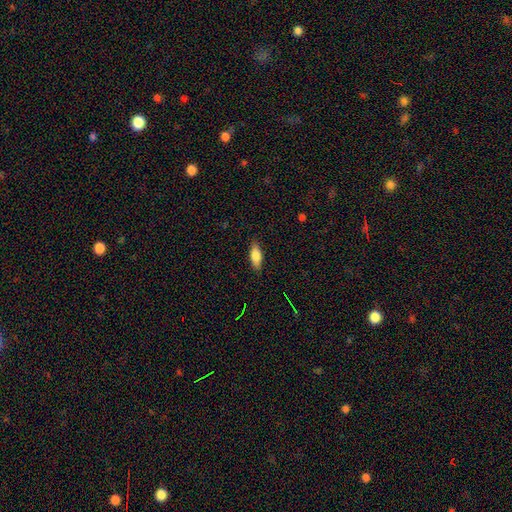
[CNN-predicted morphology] This appears to be a smooth galaxy with no disk features (80%) that is in between round and cigar-shaped (73%). Merging: none (86%).